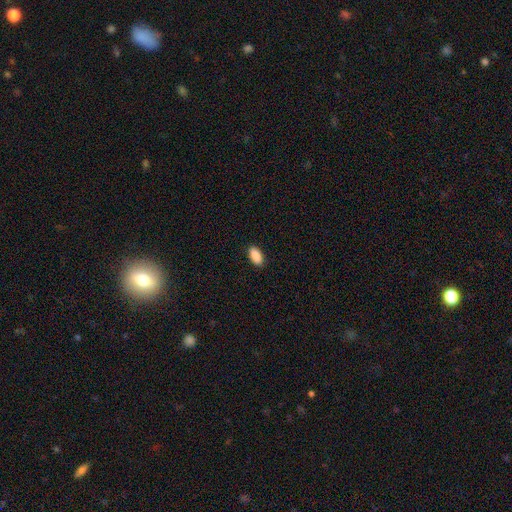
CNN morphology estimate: This appears to be a smooth galaxy with no disk features (90%) that is in between round and cigar-shaped (90%). Merging: none (90%).